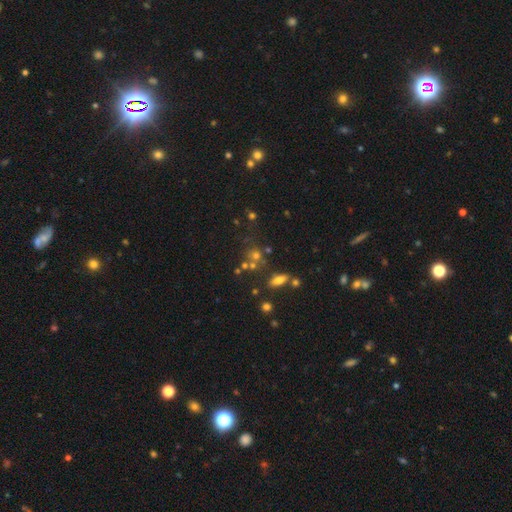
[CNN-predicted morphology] Overall: smooth (58%; star or artifact 26%). How rounded: round (77%). Merging: none (56%; merger 25%).